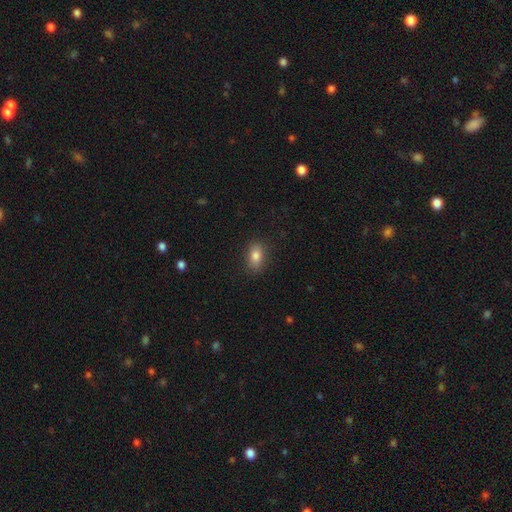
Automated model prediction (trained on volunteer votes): A smooth galaxy with no disk features (83%) that is in between round and cigar-shaped (83%). Merging: none (85%).